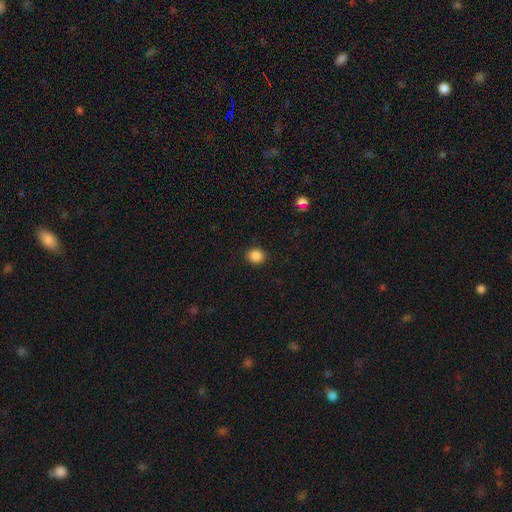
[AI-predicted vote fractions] Smooth or featured? Predicted: smooth (p=0.87). How rounded? Predicted: round (p=0.79). Merging? Predicted: none (p=0.91).